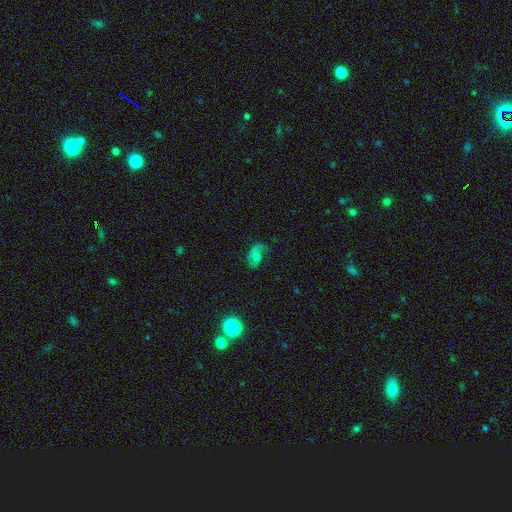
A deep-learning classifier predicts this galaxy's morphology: smooth-or-featured: featured or disk: 64% | smooth: 25% | star or artifact: 11%
  disk-edge-on: no: 97% | yes: 3%
    bar: no: 59% | weak: 34% | strong: 7%
    has-spiral-arms: yes: 91% | no: 9%
      spiral-winding: loose: 57% | medium: 34% | tight: 9%
      spiral-arm-count: 2: 73% | 1: 20% | can't tell: 5% | 3: 1% | 4: 1% | more than 4: 1%
    bulge-size: small: 32% | moderate: 29% | none: 28% | large: 9% | dominant: 2%
  merging: none: 56% | minor disturbance: 22% | major disturbance: 19% | merger: 2%